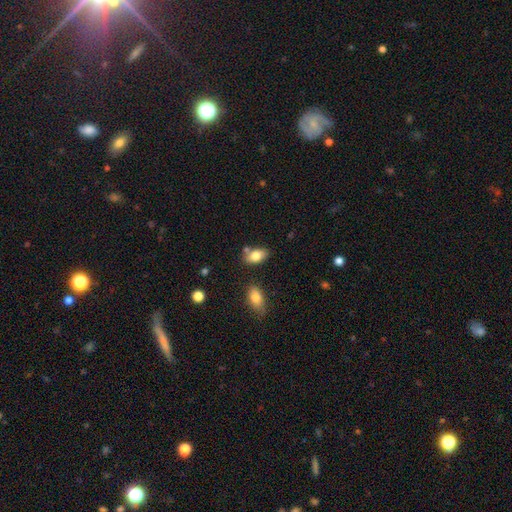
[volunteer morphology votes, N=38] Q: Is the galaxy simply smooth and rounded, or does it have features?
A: smooth — 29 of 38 (76%).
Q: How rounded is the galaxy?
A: in between — 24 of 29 (83%).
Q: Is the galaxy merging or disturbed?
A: none — 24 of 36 (67%).